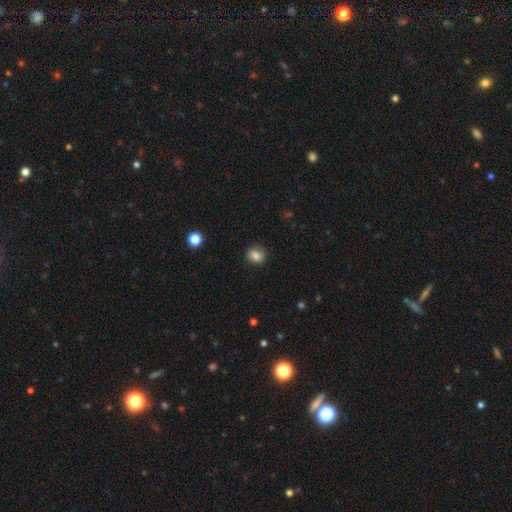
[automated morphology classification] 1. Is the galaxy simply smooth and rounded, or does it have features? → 81% smooth, 10% star or artifact, 9% featured or disk.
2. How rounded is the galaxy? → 63% round, 36% in between, 1% cigar-shaped.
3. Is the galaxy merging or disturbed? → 82% none, 13% minor disturbance, 3% major disturbance, 1% merger.